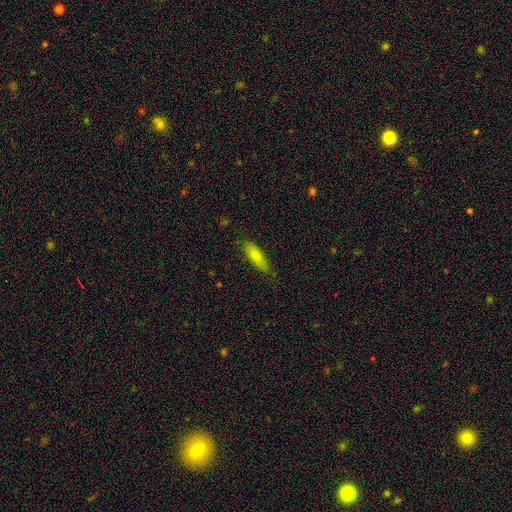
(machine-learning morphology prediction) Smooth or featured? smooth (80%)
How rounded? in between (50%)
Merging? none (78%)